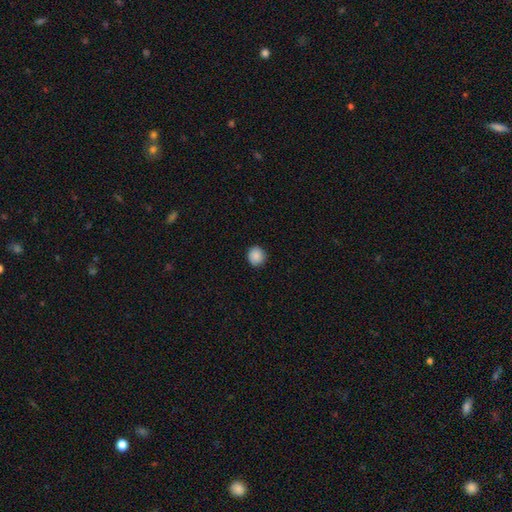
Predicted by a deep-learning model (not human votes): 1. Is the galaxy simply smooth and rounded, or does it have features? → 88% smooth, 8% star or artifact, 3% featured or disk.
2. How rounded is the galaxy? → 87% round, 12% in between, 1% cigar-shaped.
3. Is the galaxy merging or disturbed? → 89% none, 8% minor disturbance, 2% major disturbance, 1% merger.